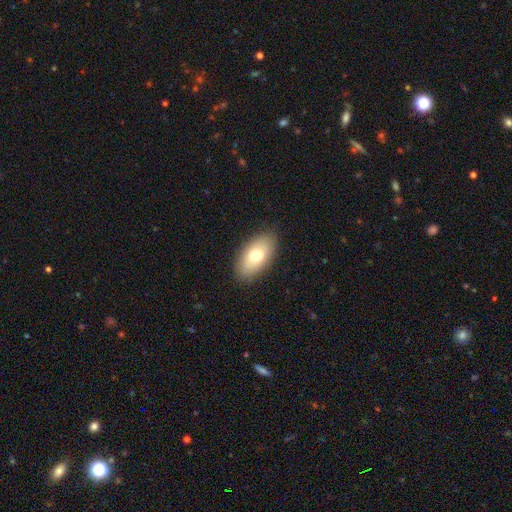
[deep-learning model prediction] Q: Smooth or featured?
A: smooth (73%); runner-up: featured or disk (20%)
Q: How rounded?
A: in between (93%); runner-up: round (4%)
Q: Merging?
A: none (87%); runner-up: minor disturbance (10%)